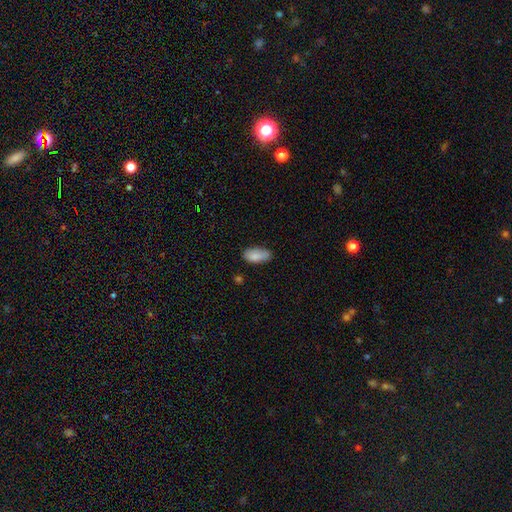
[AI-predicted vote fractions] Smooth or featured? smooth (85%)
How rounded? in between (89%)
Merging? none (70%)